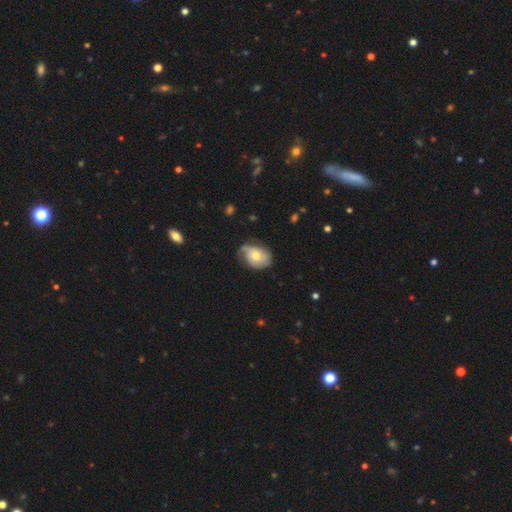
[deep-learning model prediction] Smooth or featured?
  - featured or disk: 51% *
  - smooth: 42%
  - star or artifact: 7%
Edge-on disk?
  - no: 96% *
  - yes: 4%
Merging?
  - none: 57% *
  - minor disturbance: 31%
  - major disturbance: 10%
  - merger: 1%